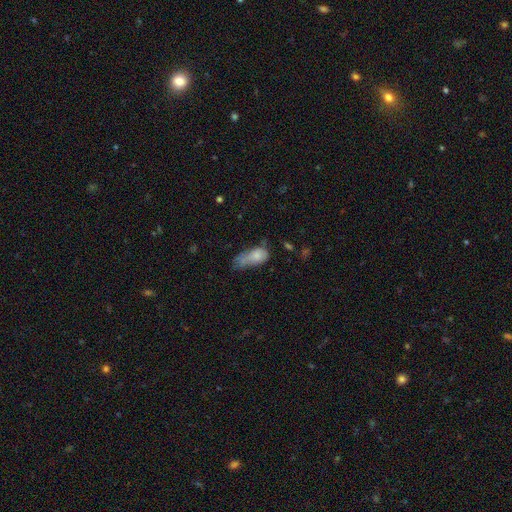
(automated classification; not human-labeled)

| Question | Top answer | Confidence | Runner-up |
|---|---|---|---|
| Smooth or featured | smooth | 72% | featured or disk (18%) |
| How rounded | in between | 83% | cigar-shaped (10%) |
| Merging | major disturbance | 35% | minor disturbance (29%) |